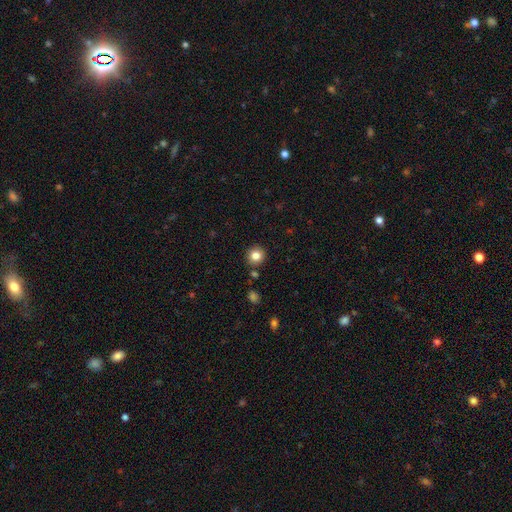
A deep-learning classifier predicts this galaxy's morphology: Smooth or featured?
  - smooth: 83% *
  - star or artifact: 11%
  - featured or disk: 6%
How rounded?
  - round: 92% *
  - in between: 7%
  - cigar-shaped: 1%
Merging?
  - none: 88% *
  - minor disturbance: 6%
  - merger: 4%
  - major disturbance: 2%